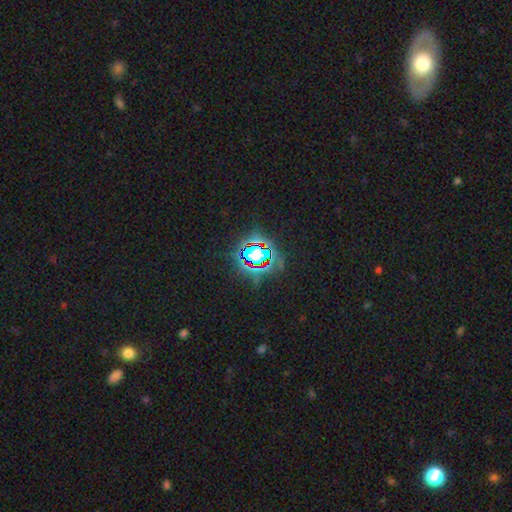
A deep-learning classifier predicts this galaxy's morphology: type=star or artifact (73%).